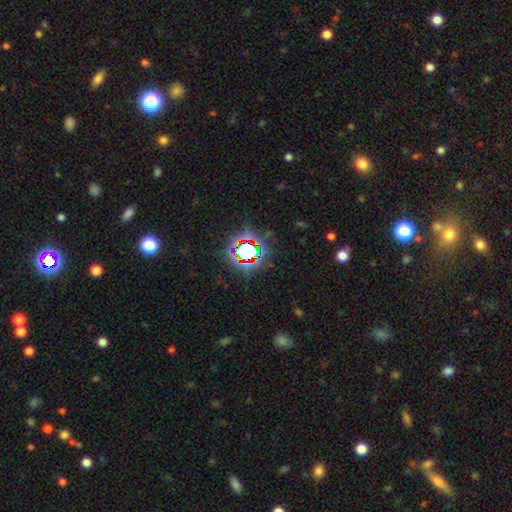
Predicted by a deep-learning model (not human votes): Smooth or featured? star or artifact (77%)